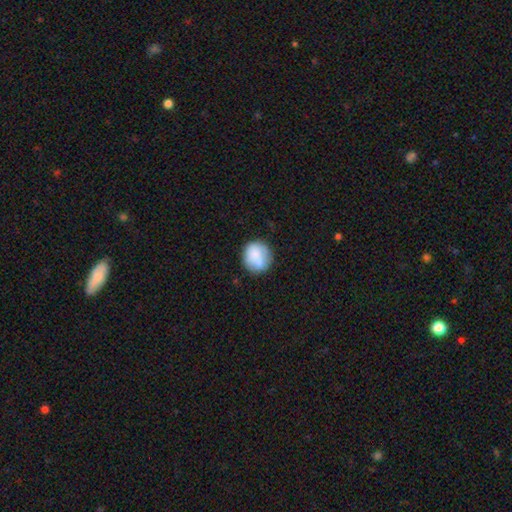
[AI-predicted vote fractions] smooth-or-featured: smooth: 71% | featured or disk: 21% | star or artifact: 8%
  how-rounded: round: 87% | in between: 12% | cigar-shaped: 1%
  merging: none: 57% | merger: 21% | minor disturbance: 16% | major disturbance: 6%